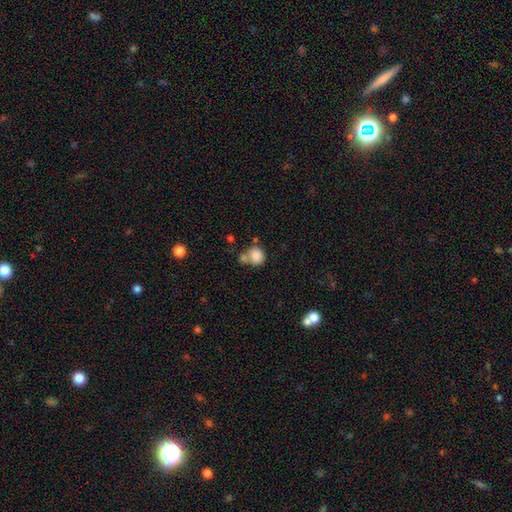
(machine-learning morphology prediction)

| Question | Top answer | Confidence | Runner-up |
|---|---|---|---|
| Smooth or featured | smooth | 84% | star or artifact (9%) |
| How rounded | round | 77% | in between (22%) |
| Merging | none | 45% | merger (36%) |